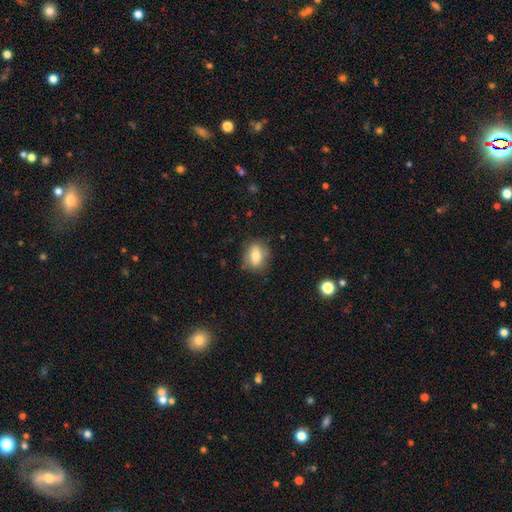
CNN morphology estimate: Q: Smooth or featured?
A: smooth (74%); runner-up: featured or disk (17%)
Q: How rounded?
A: in between (62%); runner-up: round (36%)
Q: Merging?
A: none (78%); runner-up: minor disturbance (16%)